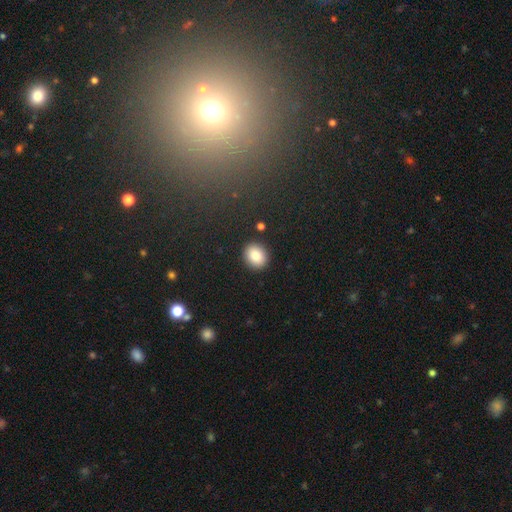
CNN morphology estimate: This is clearly a smooth galaxy (86%). How rounded: likely round (61%). Merging: clearly none (90%).